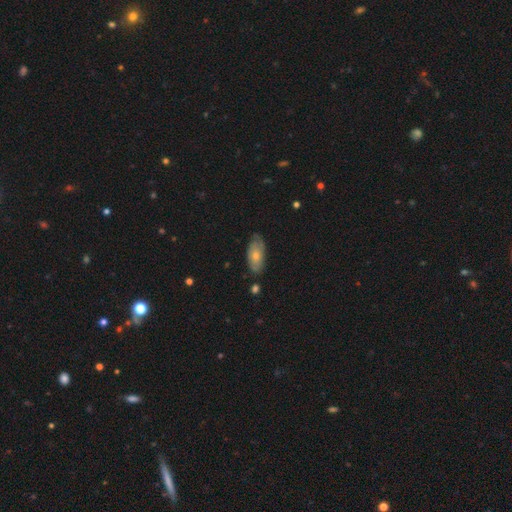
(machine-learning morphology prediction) A smooth galaxy with no disk features (55%) that is in between round and cigar-shaped (89%).

Vote fractions:
- Smooth or featured? smooth: 55% / featured or disk: 39% / star or artifact: 6%
- How rounded? in between: 89% / cigar-shaped: 7% / round: 4%
- Merging? none: 67% / minor disturbance: 26% / major disturbance: 5% / merger: 2%